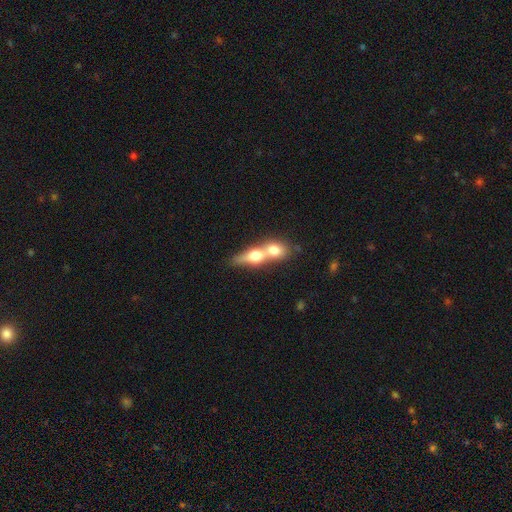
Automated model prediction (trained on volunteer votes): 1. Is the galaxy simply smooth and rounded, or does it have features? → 59% smooth, 34% featured or disk, 7% star or artifact.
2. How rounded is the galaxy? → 51% in between, 26% cigar-shaped, 23% round.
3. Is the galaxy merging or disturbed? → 78% merger, 14% none, 4% minor disturbance, 3% major disturbance.